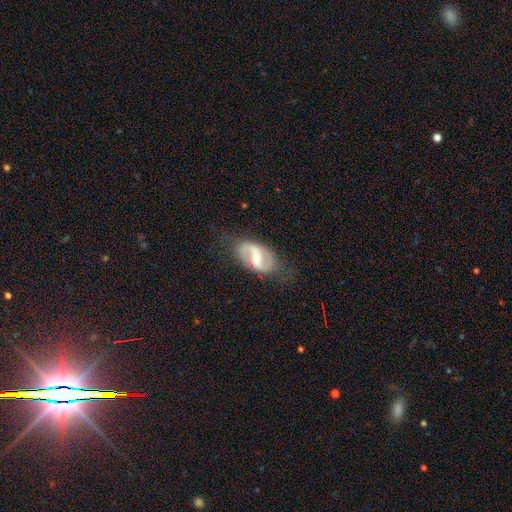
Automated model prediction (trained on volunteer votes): Smooth or featured? featured or disk (76%)
Edge-on disk? no (95%)
Bar? strong (50%)
Spiral arms? yes (79%)
Spiral winding? medium (43%)
Spiral arm count? 2 (85%)
Bulge size? moderate (47%)
Merging? none (70%)